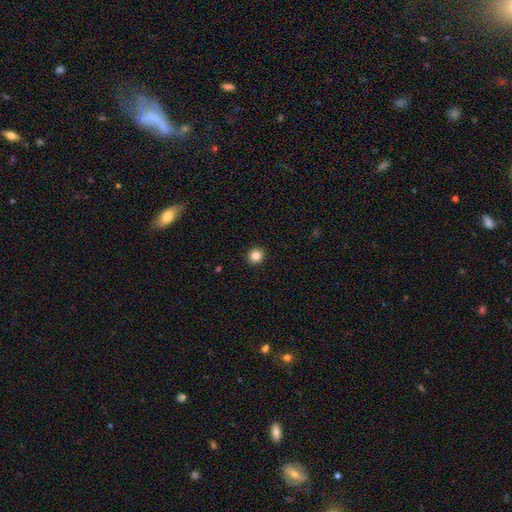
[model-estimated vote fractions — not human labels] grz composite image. It shows a smooth galaxy with no disk features (85%) that is round (88%). Merging: none (93%).